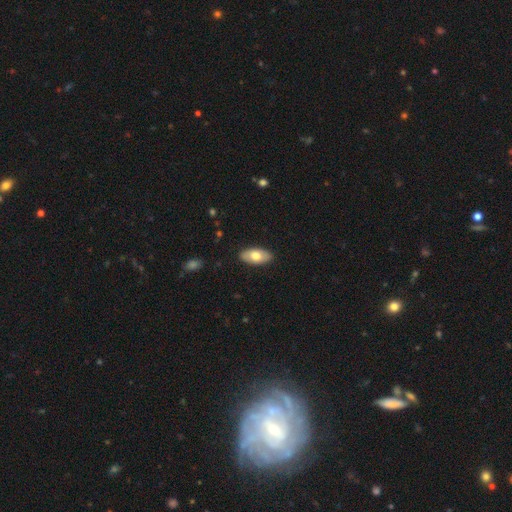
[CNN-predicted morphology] smooth-or-featured: smooth: 71% | featured or disk: 23% | star or artifact: 5%
  how-rounded: in between: 92% | cigar-shaped: 5% | round: 3%
  merging: none: 89% | minor disturbance: 9% | major disturbance: 2% | merger: 1%